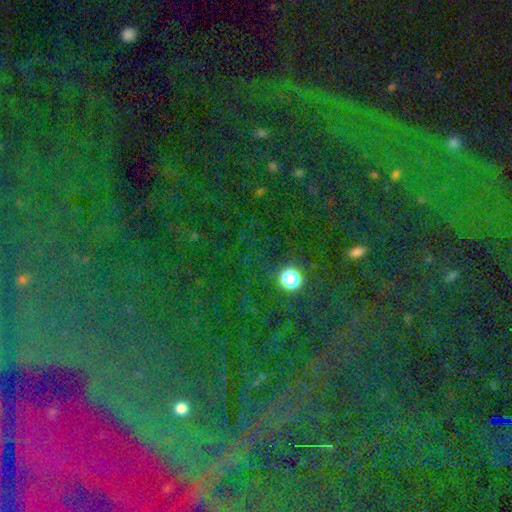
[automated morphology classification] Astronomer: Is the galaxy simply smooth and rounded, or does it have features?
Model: star or artifact — 80%.